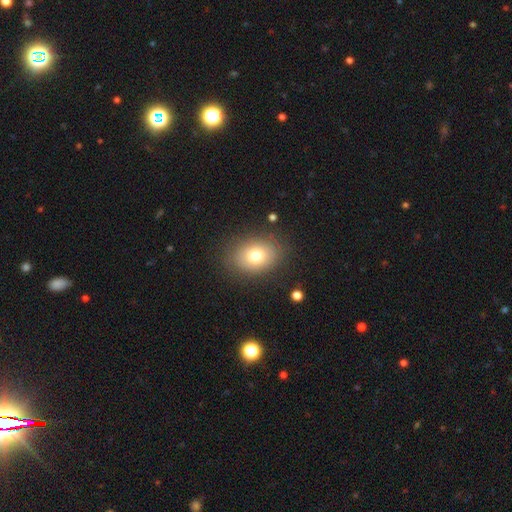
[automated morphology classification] Smooth or featured? smooth (75%)
How rounded? in between (67%)
Merging? none (83%)